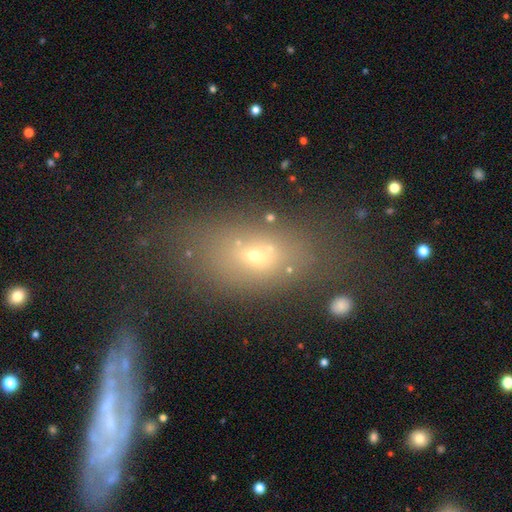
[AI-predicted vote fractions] This is possibly a smooth galaxy (54%). How rounded: likely in between (80%). Merging: likely none (62%).